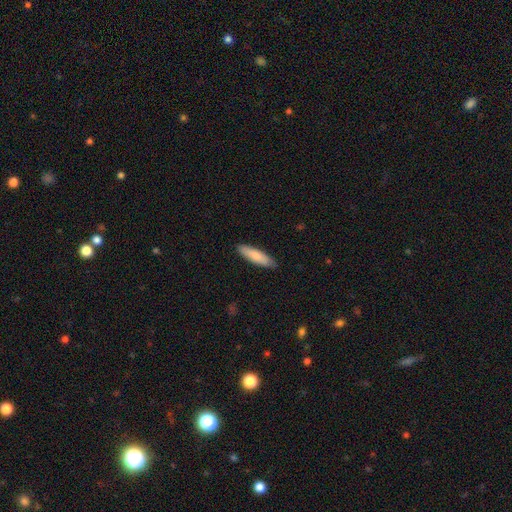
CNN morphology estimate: A smooth galaxy with no disk features (82%) that is cigar-shaped (70%).

Vote fractions:
- Smooth or featured? smooth: 82% / featured or disk: 12% / star or artifact: 5%
- How rounded? cigar-shaped: 70% / in between: 29% / round: 1%
- Merging? none: 87% / minor disturbance: 10% / major disturbance: 2% / merger: 1%